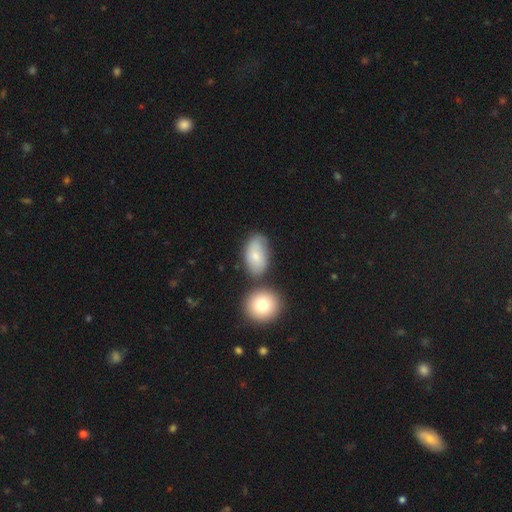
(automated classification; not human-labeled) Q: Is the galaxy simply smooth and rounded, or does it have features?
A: smooth — 73%.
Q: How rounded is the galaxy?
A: in between — 87%.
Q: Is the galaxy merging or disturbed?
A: none — 57%.